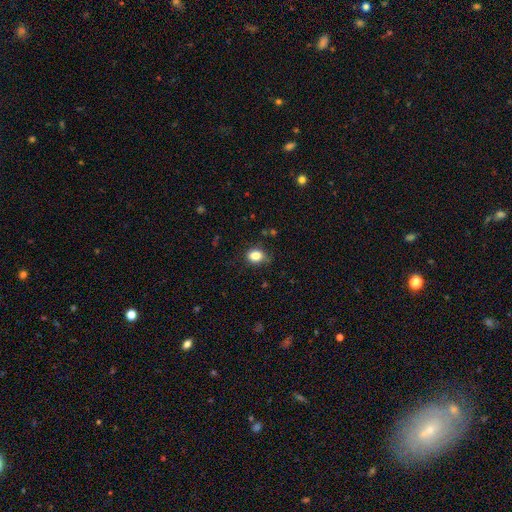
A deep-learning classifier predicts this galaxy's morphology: A smooth galaxy with no disk features (85%) that is in between round and cigar-shaped (55%).

Vote fractions:
- Smooth or featured? smooth: 85% / star or artifact: 10% / featured or disk: 5%
- How rounded? in between: 55% / round: 44% / cigar-shaped: 1%
- Merging? none: 74% / minor disturbance: 20% / major disturbance: 4% / merger: 1%